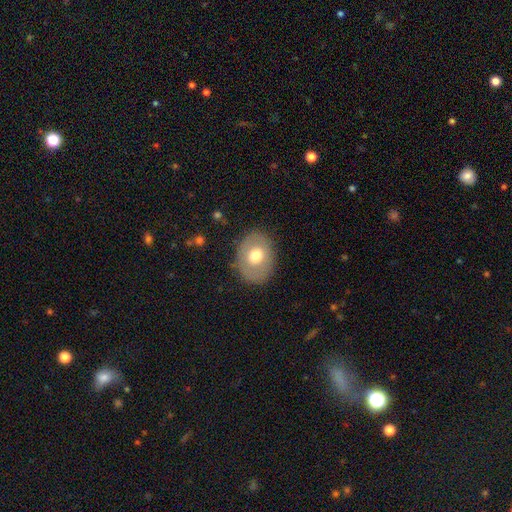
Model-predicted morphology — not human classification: smooth 65%, featured or disk 28%, star or artifact 8%. Down the decision tree: how rounded — in between (60%); merging — none (83%).